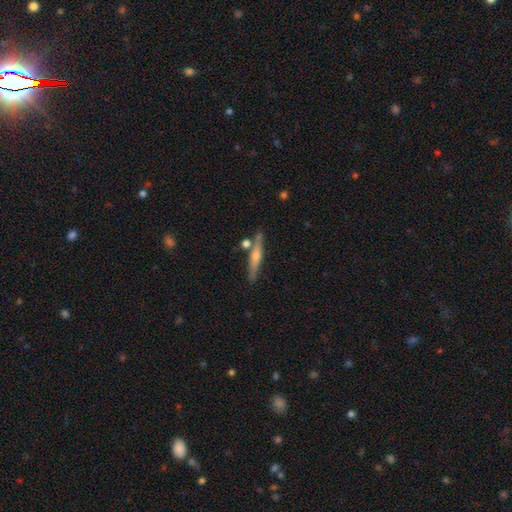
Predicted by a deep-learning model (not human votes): A featured or disk galaxy (63%) viewed edge-on (95%) with a rounded central bulge (77%).

Vote fractions:
- Smooth or featured? featured or disk: 63% / smooth: 29% / star or artifact: 8%
- Edge-on disk? yes: 95% / no: 5%
- Edge-on bulge? rounded: 77% / none: 15% / boxy: 7%
- Merging? none: 79% / minor disturbance: 11% / merger: 7% / major disturbance: 3%